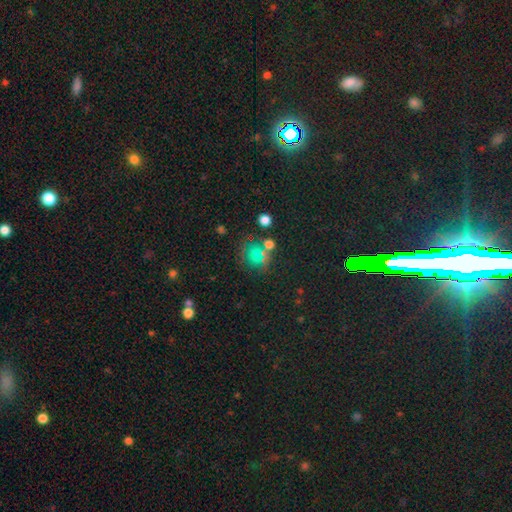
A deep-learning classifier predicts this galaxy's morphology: type=smooth (58%); roundness=round (76%); merging=none (55%).